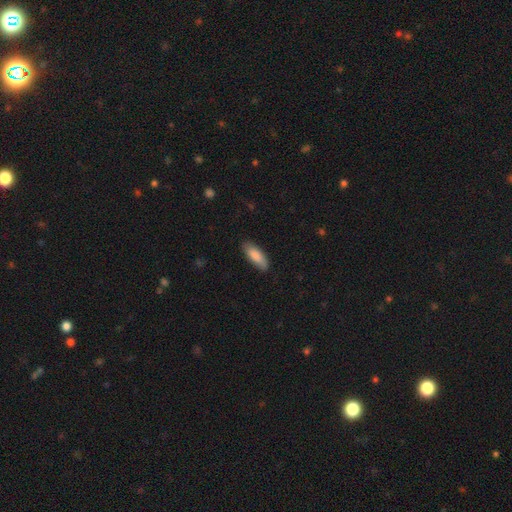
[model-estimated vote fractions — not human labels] The model was most divided on "how rounded": in between: 66%, cigar-shaped: 32%, round: 2%. More confident: smooth or featured — smooth (86%); merging — none (86%).